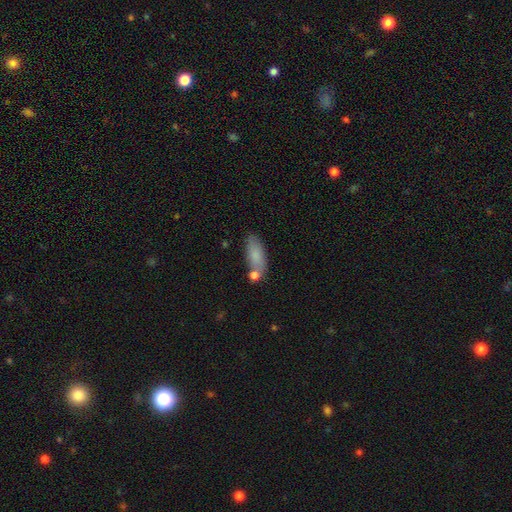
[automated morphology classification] type=smooth (83%); roundness=in between (78%); merging=none (64%).